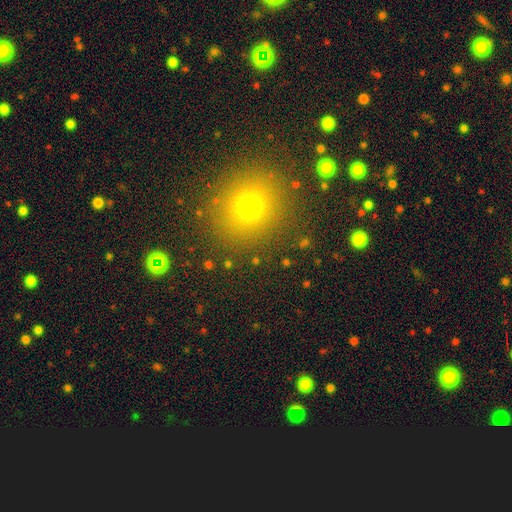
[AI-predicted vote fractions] Smooth or featured: smooth — 63% (star or artifact — 29%)
How rounded: round — 90% (in between — 9%)
Merging: none — 90% (minor disturbance — 6%)